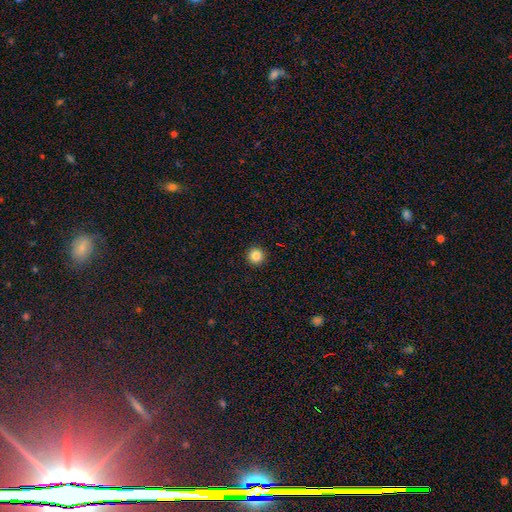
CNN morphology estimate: The model was most divided on "smooth or featured": smooth: 84%, star or artifact: 12%, featured or disk: 4%. More confident: how rounded — round (96%); merging — none (94%).